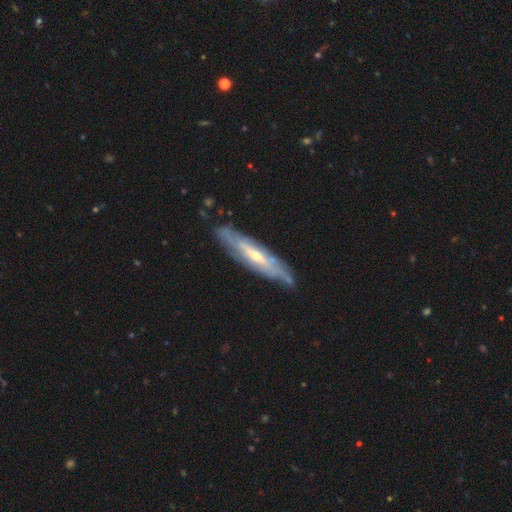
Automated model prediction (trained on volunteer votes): Smooth or featured?
  - featured or disk: 78% *
  - smooth: 17%
  - star or artifact: 5%
Edge-on disk?
  - no: 54% *
  - yes: 46%
Merging?
  - none: 73% *
  - minor disturbance: 19%
  - major disturbance: 5%
  - merger: 2%